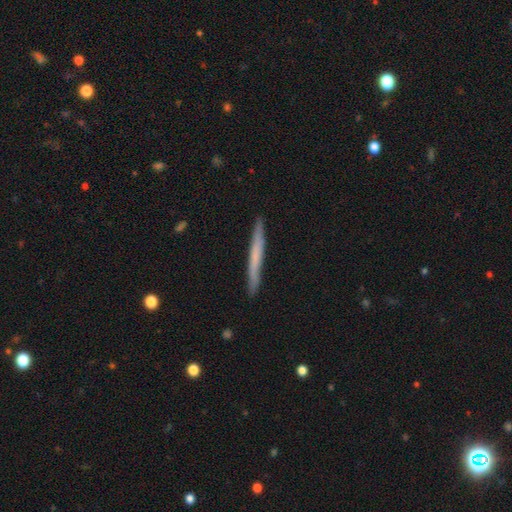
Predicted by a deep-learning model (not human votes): Smooth or featured?
  - smooth: 54% *
  - featured or disk: 41%
  - star or artifact: 6%
How rounded?
  - cigar-shaped: 97% *
  - in between: 2%
  - round: 1%
Merging?
  - none: 90% *
  - minor disturbance: 7%
  - major disturbance: 1%
  - merger: 1%